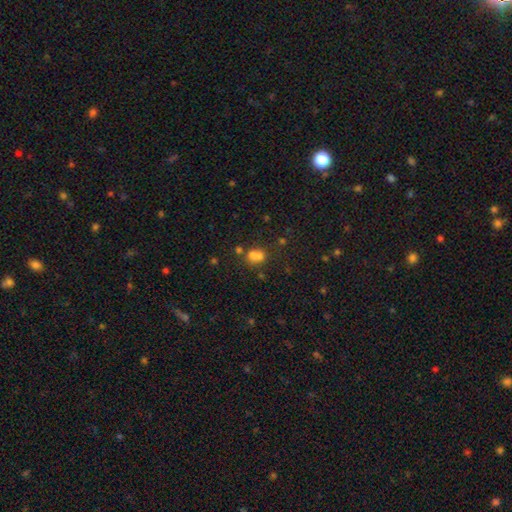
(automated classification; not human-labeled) Smooth or featured: smooth — 66% (featured or disk — 17%)
How rounded: round — 66% (in between — 32%)
Merging: merger — 55% (none — 32%)